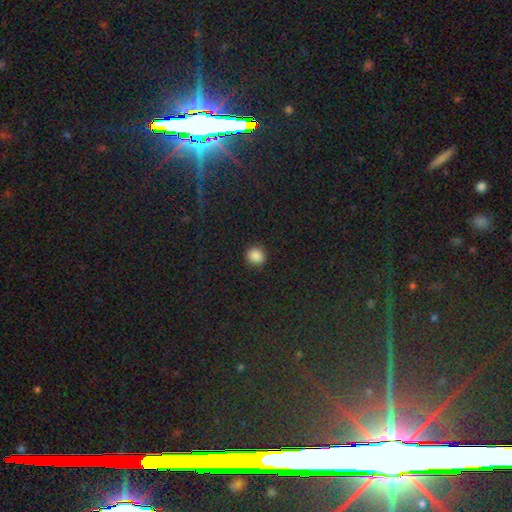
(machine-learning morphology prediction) Smooth or featured?
  - smooth: 86% *
  - star or artifact: 11%
  - featured or disk: 3%
How rounded?
  - round: 89% *
  - in between: 10%
  - cigar-shaped: 1%
Merging?
  - none: 90% *
  - minor disturbance: 7%
  - major disturbance: 2%
  - merger: 1%